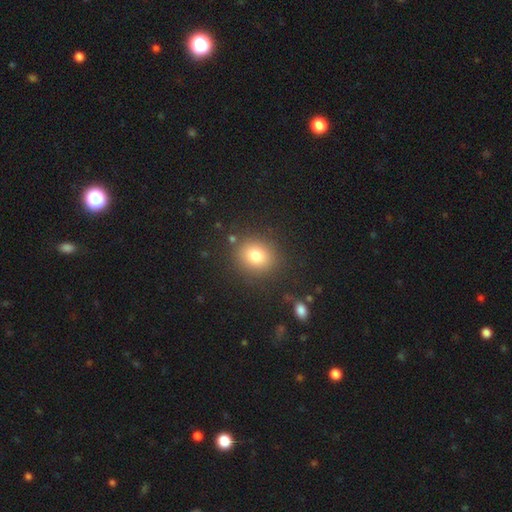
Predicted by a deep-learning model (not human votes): This appears to be a smooth galaxy with no disk features (80%) that is round (70%). Merging: none (85%).